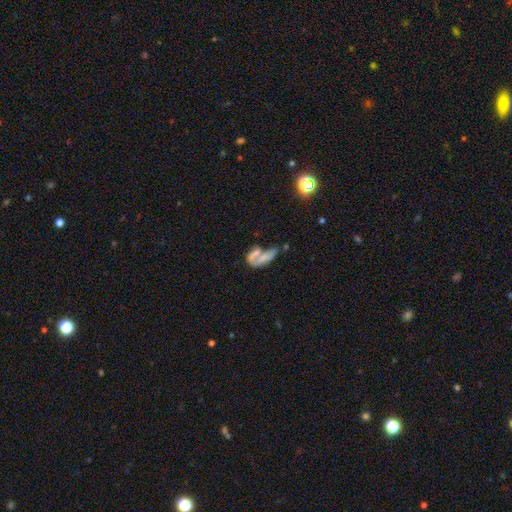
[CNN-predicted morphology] Smooth or featured? smooth (47%)
Merging? merger (50%)